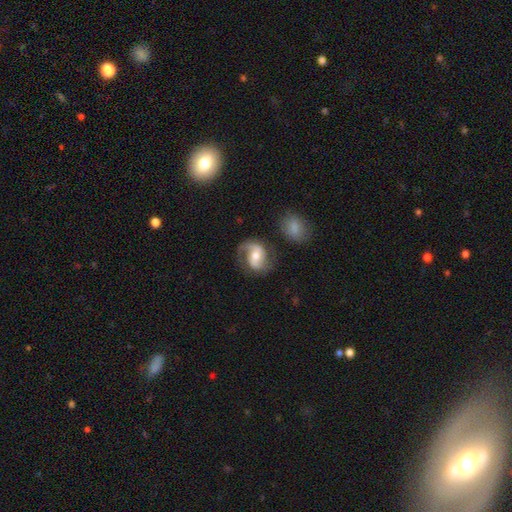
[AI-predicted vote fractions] Overall: featured or disk (78%). Edge-on disk: no (97%). Bar: weak (41%; no 37%). Spiral arms: yes (93%). Spiral arm count: 2 (68%). Spiral winding: medium (47%; loose 35%). Bulge size: moderate (64%; small 26%). Merging: none (64%).